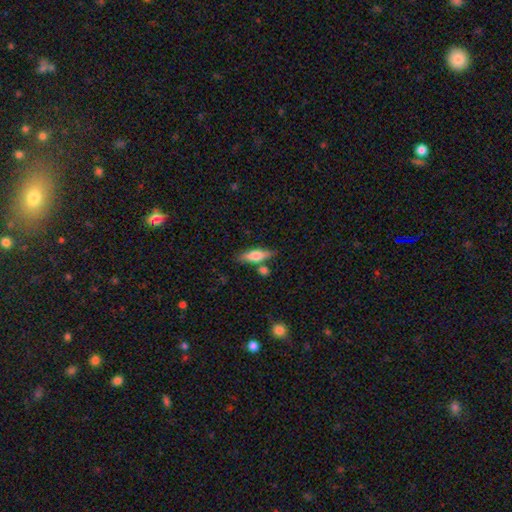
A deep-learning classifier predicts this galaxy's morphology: This appears to be a smooth galaxy with no disk features (64%) that is in between round and cigar-shaped (49%). Merging: none (73%).